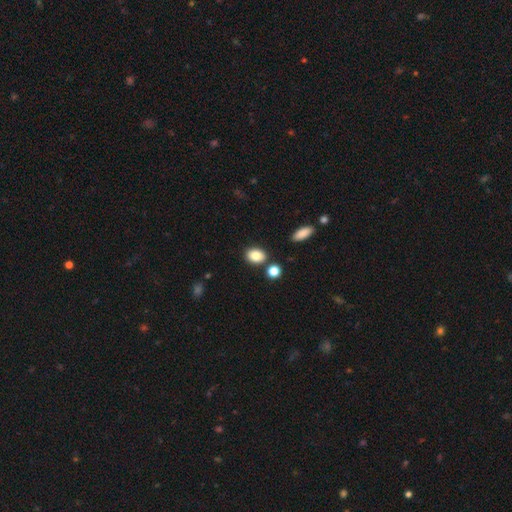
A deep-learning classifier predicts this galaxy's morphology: This appears to be a smooth galaxy with no disk features (84%) that is in between round and cigar-shaped (69%). Merging: none (80%).